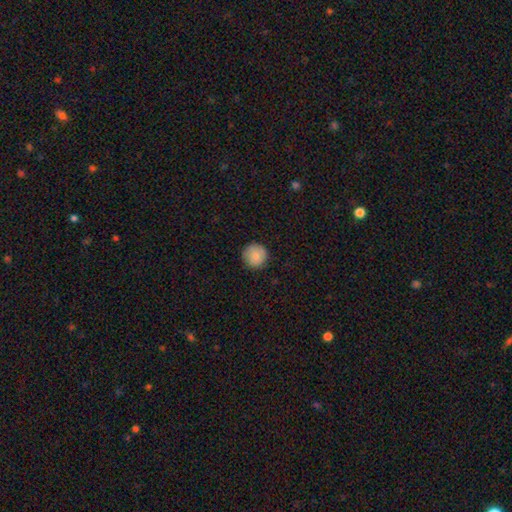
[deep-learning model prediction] This is clearly a smooth galaxy (86%). How rounded: clearly round (96%). Merging: clearly none (90%).